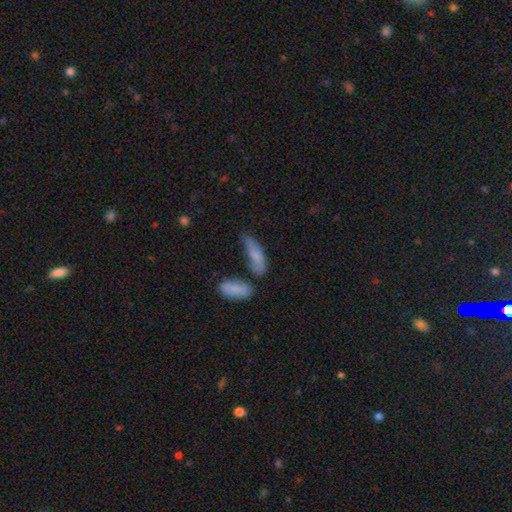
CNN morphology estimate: Overall: smooth (74%). How rounded: in between (56%; cigar-shaped 41%). Merging: none (42%; minor disturbance 26%).